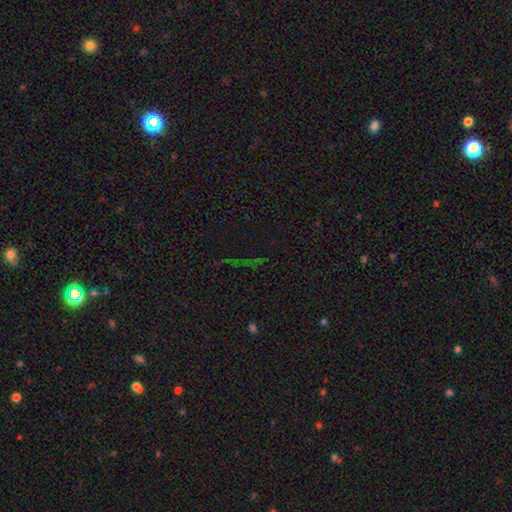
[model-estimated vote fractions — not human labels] smooth-or-featured: star or artifact: 75% | smooth: 14% | featured or disk: 11%